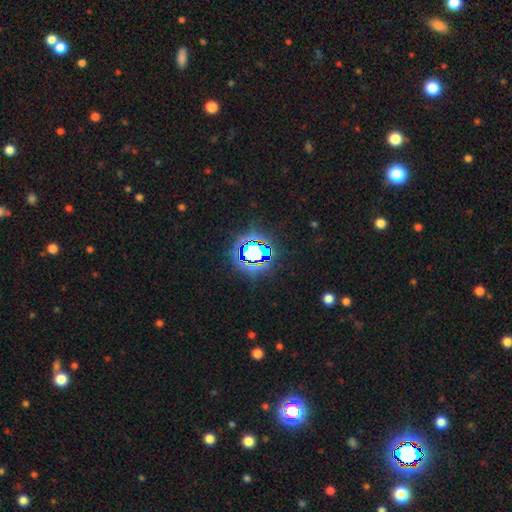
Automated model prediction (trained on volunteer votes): Morphology: type=star or artifact (70%).